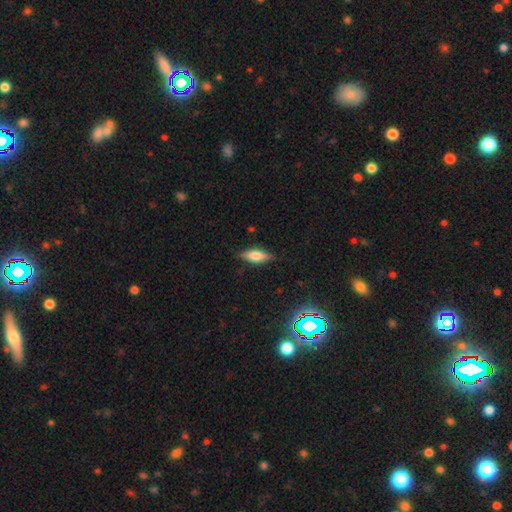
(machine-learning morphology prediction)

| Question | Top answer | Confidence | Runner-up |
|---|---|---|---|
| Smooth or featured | smooth | 64% | featured or disk (28%) |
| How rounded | in between | 65% | cigar-shaped (33%) |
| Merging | none | 83% | minor disturbance (14%) |